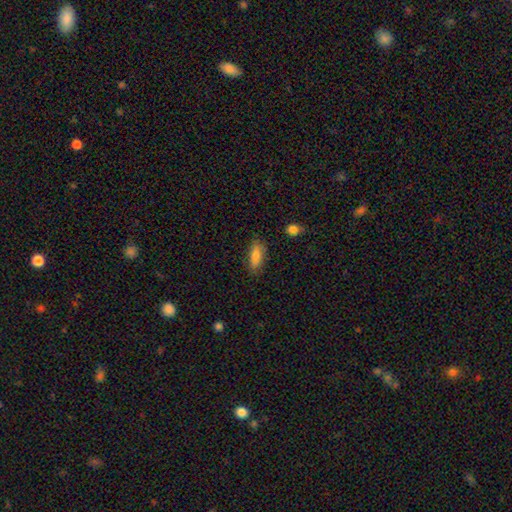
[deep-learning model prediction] smooth_or_featured: smooth (p=0.82) [alt: featured or disk p=0.10]
how_rounded: in between (p=0.71) [alt: cigar-shaped p=0.26]
merging: none (p=0.82) [alt: minor disturbance p=0.13]